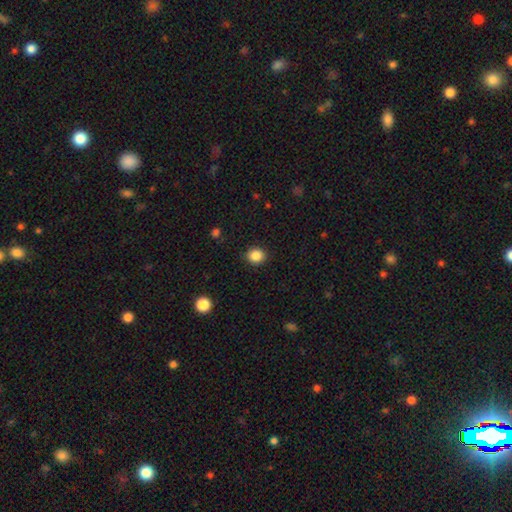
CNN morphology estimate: Smooth or featured? smooth (86%)
How rounded? round (79%)
Merging? none (90%)